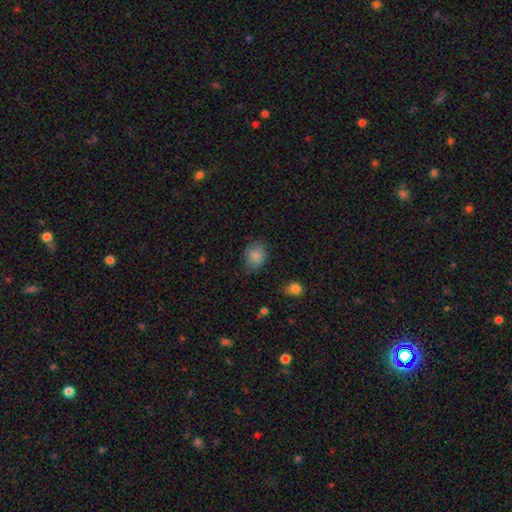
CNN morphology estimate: Smooth or featured: smooth — 86% (star or artifact — 9%)
How rounded: round — 64% (in between — 35%)
Merging: none — 77% (minor disturbance — 17%)